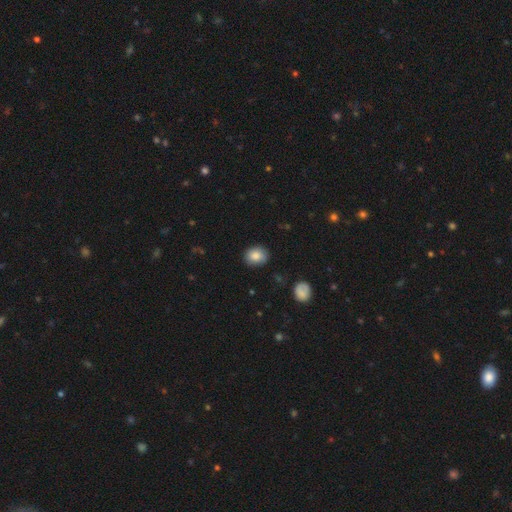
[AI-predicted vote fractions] Smooth or featured? Predicted: smooth (p=0.85). How rounded? Predicted: round (p=0.59). Merging? Predicted: none (p=0.86).